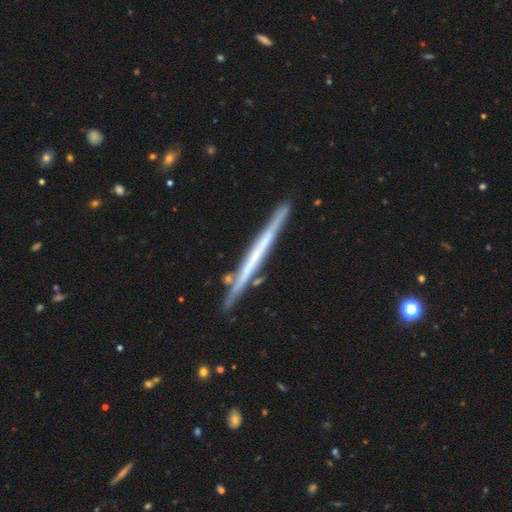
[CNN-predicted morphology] smooth_or_featured: featured or disk (p=0.63) [alt: smooth p=0.31]
disk_edge_on: yes (p=0.97) [alt: no p=0.03]
edge_on_bulge: none (p=0.87) [alt: rounded p=0.08]
merging: none (p=0.88) [alt: minor disturbance p=0.09]